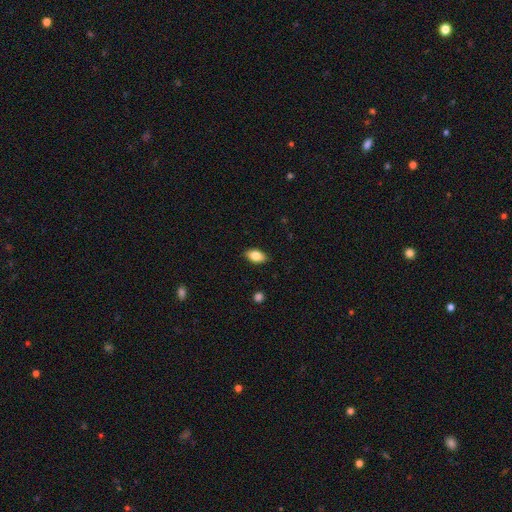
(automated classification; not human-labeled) Smooth or featured: smooth — 83% (featured or disk — 10%)
How rounded: in between — 91% (round — 6%)
Merging: none — 88% (minor disturbance — 9%)